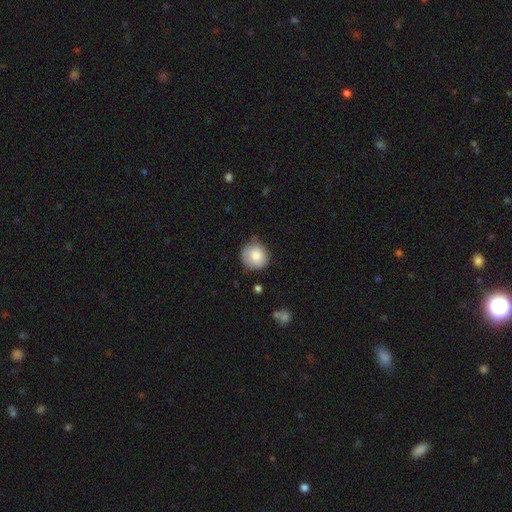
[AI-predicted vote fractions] Smooth or featured? Predicted: smooth (p=0.83). How rounded? Predicted: round (p=0.88). Merging? Predicted: none (p=0.66).